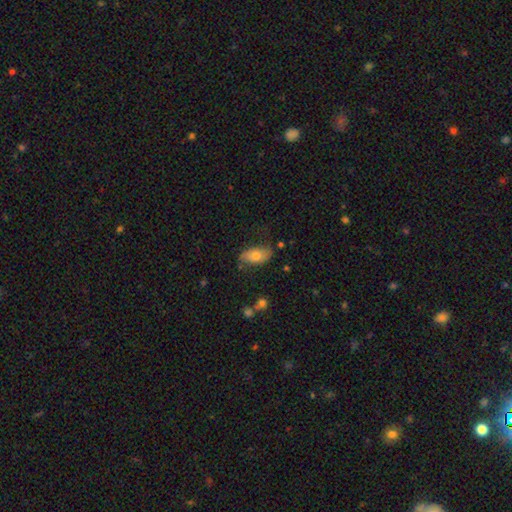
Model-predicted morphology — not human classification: Smooth or featured? Predicted: smooth (p=0.64). How rounded? Predicted: in between (p=0.89). Merging? Predicted: none (p=0.67).